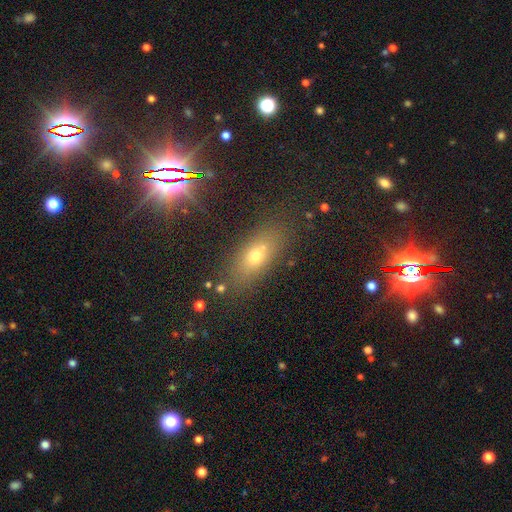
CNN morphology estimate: The model was most divided on "smooth or featured": smooth: 64%, featured or disk: 19%, star or artifact: 18%. More confident: merging — none (76%); how rounded — in between (72%).